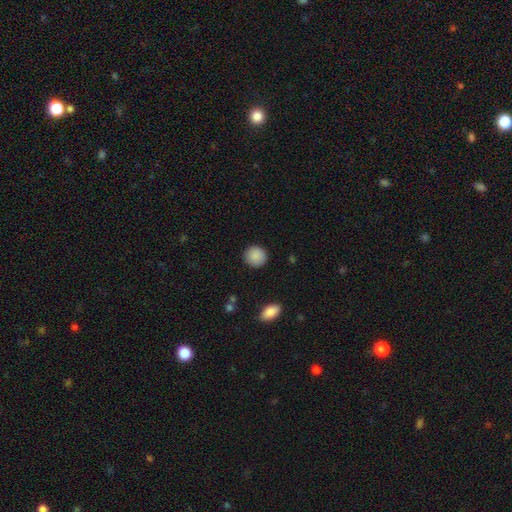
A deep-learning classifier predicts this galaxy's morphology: Smooth or featured? Predicted: smooth (p=0.89). How rounded? Predicted: round (p=0.91). Merging? Predicted: none (p=0.90).